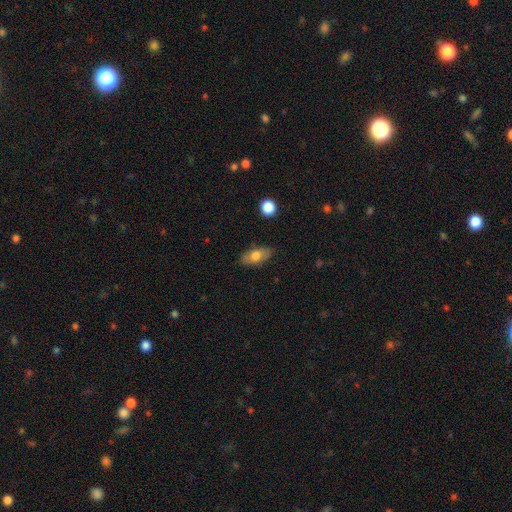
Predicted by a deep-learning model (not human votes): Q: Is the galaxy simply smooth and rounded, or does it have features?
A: smooth — 72%.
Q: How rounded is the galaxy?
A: in between — 86%.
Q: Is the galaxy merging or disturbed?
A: none — 82%.